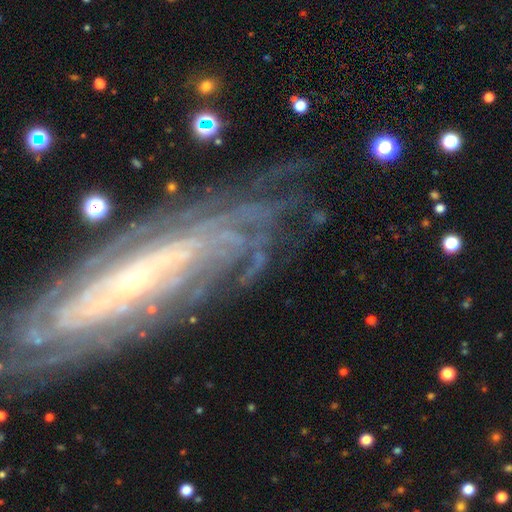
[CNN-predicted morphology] smooth_or_featured: featured or disk (p=0.80) [alt: star or artifact p=0.12]
disk_edge_on: no (p=0.90) [alt: yes p=0.10]
bar: no (p=0.52) [alt: weak p=0.28]
has_spiral_arms: yes (p=0.93) [alt: no p=0.07]
spiral_winding: tight (p=0.66) [alt: medium p=0.26]
spiral_arm_count: can't tell (p=0.35) [alt: more than 4 p=0.15]
bulge_size: small (p=0.68) [alt: moderate p=0.16]
merging: none (p=0.66) [alt: minor disturbance p=0.17]